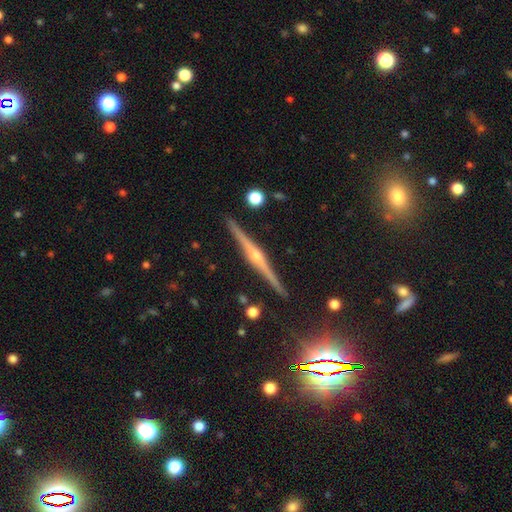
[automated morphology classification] A featured or disk galaxy (85%) viewed edge-on (99%) with a rounded central bulge (90%). Merging: none (92%).